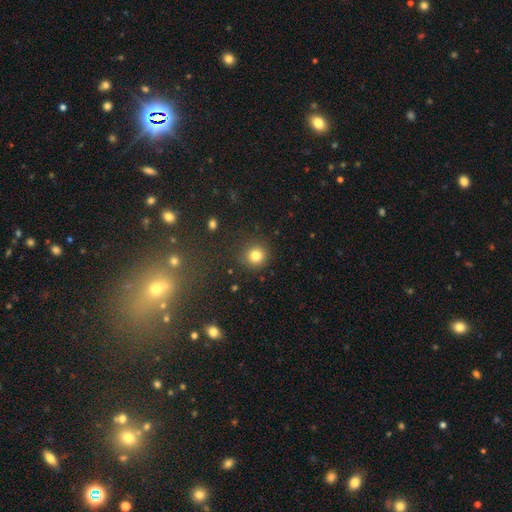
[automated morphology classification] Smooth or featured? Predicted: smooth (p=0.81). How rounded? Predicted: round (p=0.92). Merging? Predicted: none (p=0.89).